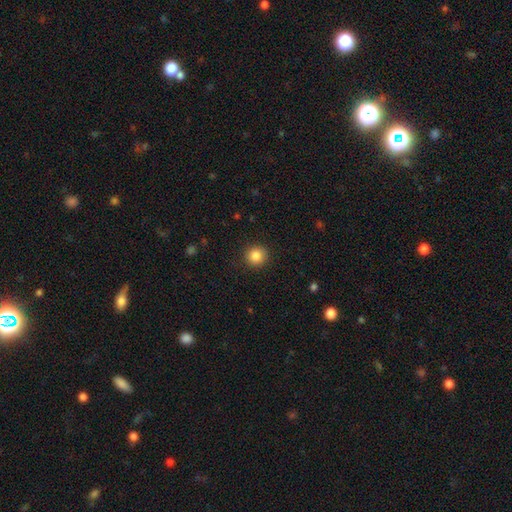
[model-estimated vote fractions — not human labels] A smooth galaxy with no disk features (86%) that is round (92%). Merging: none (91%).